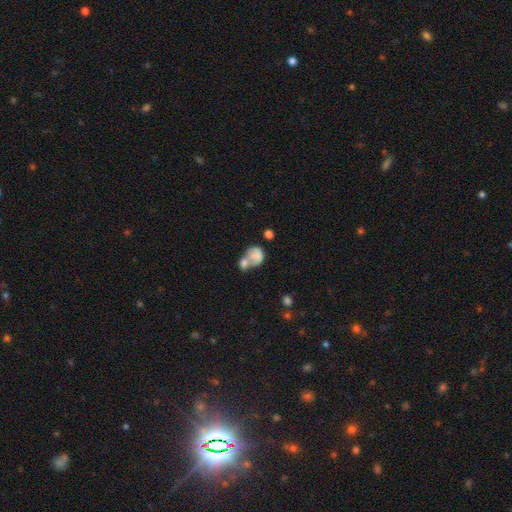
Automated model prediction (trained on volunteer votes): This is likely a smooth galaxy (72%). How rounded: possibly round (52%). Merging: likely merger (63%).